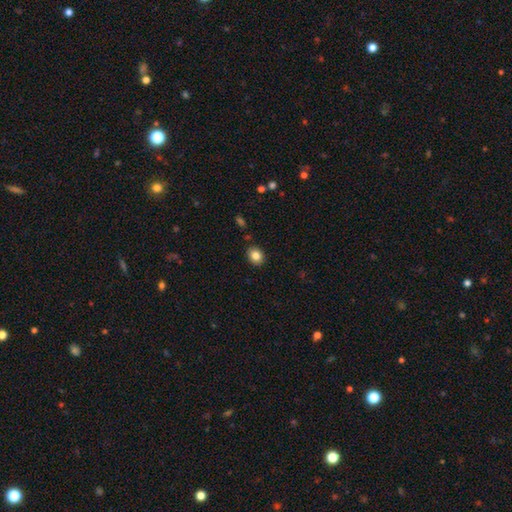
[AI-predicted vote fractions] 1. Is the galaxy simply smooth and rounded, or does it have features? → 83% smooth, 9% star or artifact, 7% featured or disk.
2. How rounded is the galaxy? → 50% round (tied), 50% in between (tied), 1% cigar-shaped.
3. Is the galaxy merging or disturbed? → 87% none, 9% minor disturbance, 2% major disturbance, 2% merger.